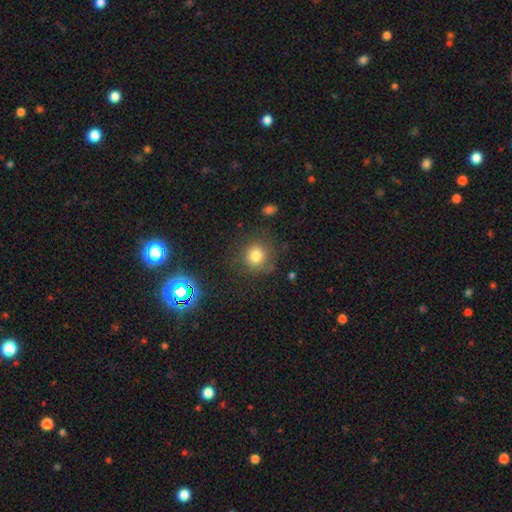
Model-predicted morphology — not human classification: Q: Smooth or featured?
A: smooth (79%); runner-up: star or artifact (14%)
Q: How rounded?
A: round (89%); runner-up: in between (10%)
Q: Merging?
A: none (82%); runner-up: minor disturbance (11%)